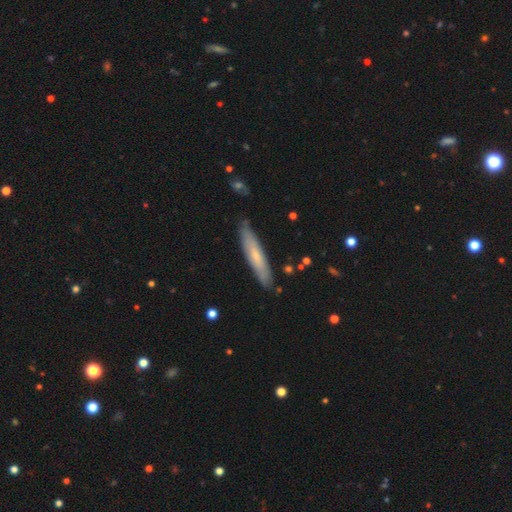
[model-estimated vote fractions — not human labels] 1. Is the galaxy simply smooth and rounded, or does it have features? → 58% smooth, 37% featured or disk, 6% star or artifact.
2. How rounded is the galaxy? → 87% cigar-shaped, 12% in between, 1% round.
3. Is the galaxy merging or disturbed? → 84% none, 12% minor disturbance, 2% major disturbance, 2% merger.